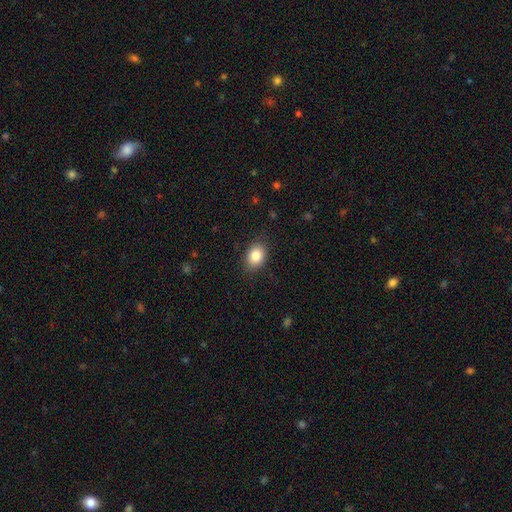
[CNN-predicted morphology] This is clearly a smooth galaxy (86%). How rounded: likely in between (67%). Merging: clearly none (85%).